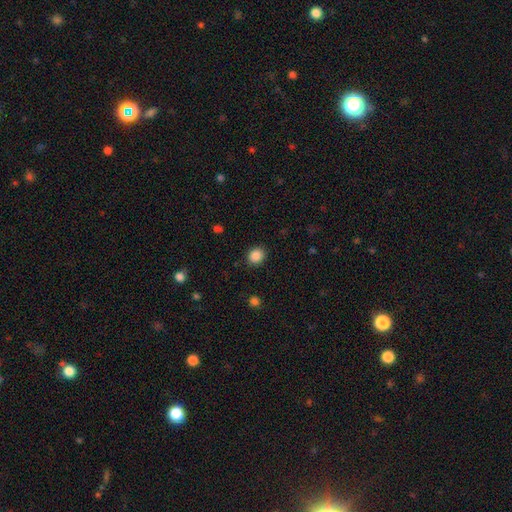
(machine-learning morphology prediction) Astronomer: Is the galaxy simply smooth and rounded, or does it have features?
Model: smooth — 87%.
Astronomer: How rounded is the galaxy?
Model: round — 75%.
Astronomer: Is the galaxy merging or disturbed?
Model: none — 89%.